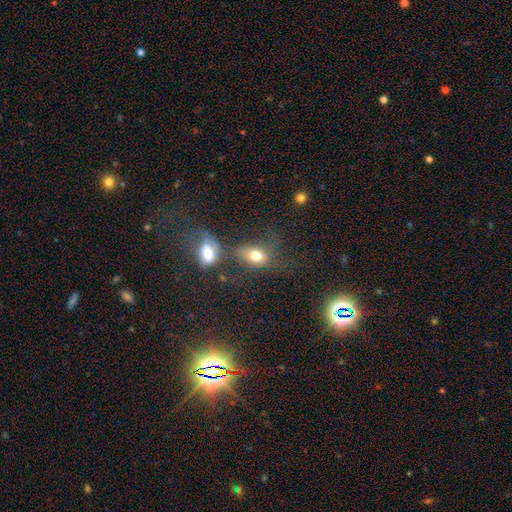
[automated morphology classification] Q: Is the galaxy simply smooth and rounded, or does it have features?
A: smooth — 73%.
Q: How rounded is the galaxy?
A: in between — 75%.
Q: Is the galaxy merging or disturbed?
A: none — 34%.